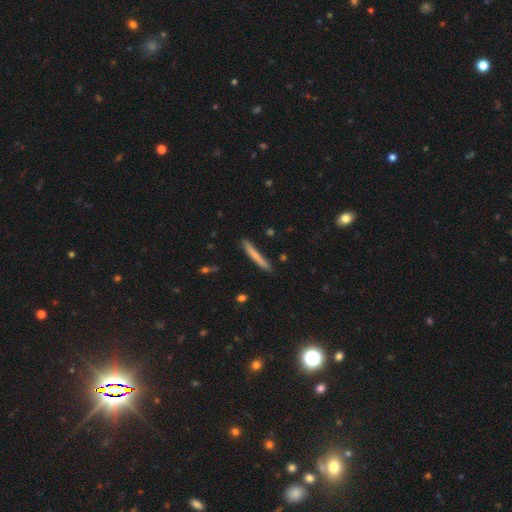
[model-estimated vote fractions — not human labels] The model was most divided on "smooth or featured": smooth: 74%, featured or disk: 20%, star or artifact: 6%. More confident: how rounded — cigar-shaped (96%); merging — none (83%).